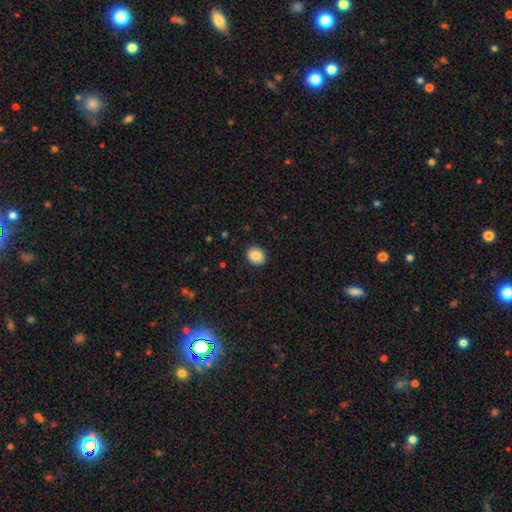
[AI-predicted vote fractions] Q: Smooth or featured?
A: smooth (86%); runner-up: star or artifact (8%)
Q: How rounded?
A: round (57%); runner-up: in between (42%)
Q: Merging?
A: none (89%); runner-up: minor disturbance (8%)